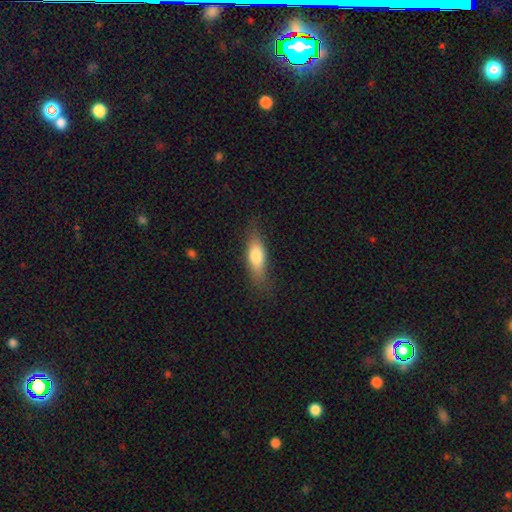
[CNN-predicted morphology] Smooth or featured? smooth (73%)
How rounded? in between (59%)
Merging? none (77%)